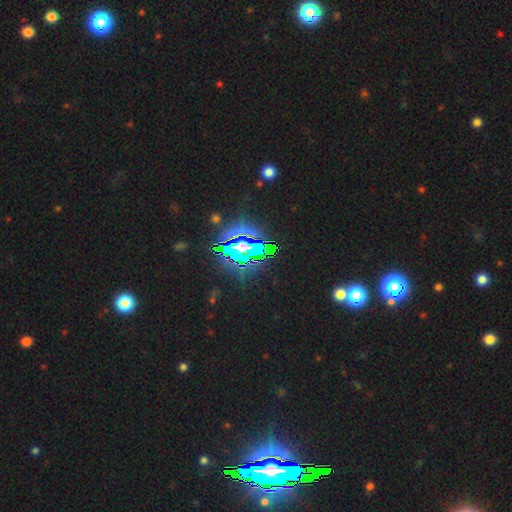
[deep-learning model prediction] Overall: star or artifact (79%).